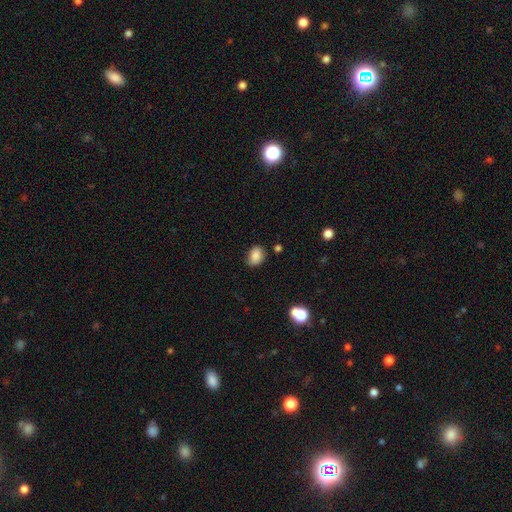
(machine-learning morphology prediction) A smooth galaxy with no disk features (85%) that is in between round and cigar-shaped (68%). Merging: none (77%).